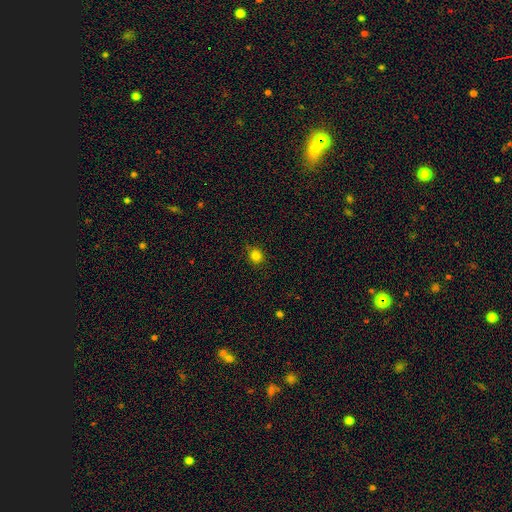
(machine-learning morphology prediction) Smooth or featured: smooth — 82% (star or artifact — 13%)
How rounded: round — 84% (in between — 15%)
Merging: none — 83% (minor disturbance — 13%)